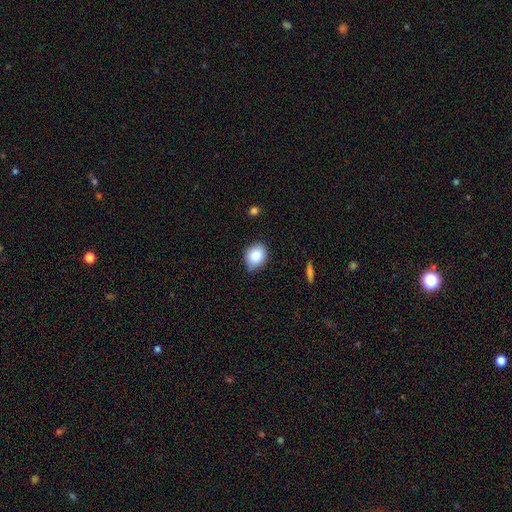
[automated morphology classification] Overall: smooth (84%). How rounded: in between (56%; round 43%). Merging: none (76%).